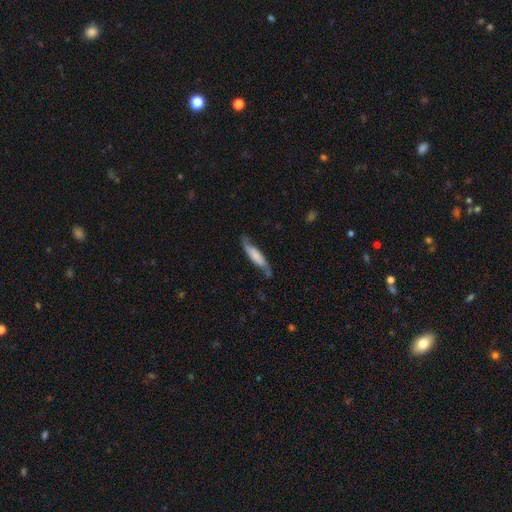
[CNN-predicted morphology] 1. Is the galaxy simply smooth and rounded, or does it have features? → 55% smooth, 40% featured or disk, 6% star or artifact.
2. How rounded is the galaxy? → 80% cigar-shaped, 19% in between, 2% round.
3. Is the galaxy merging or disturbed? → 67% none, 24% minor disturbance, 6% major disturbance, 2% merger.